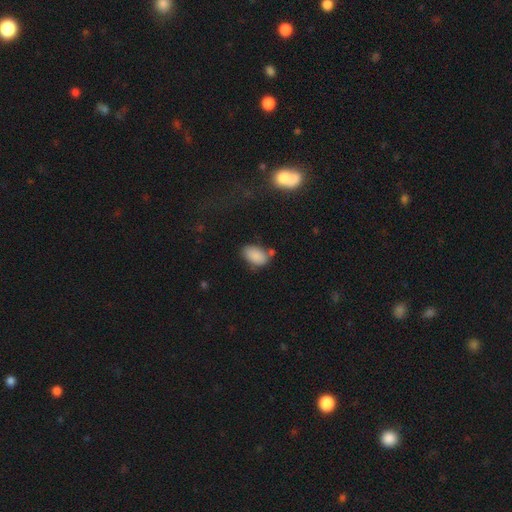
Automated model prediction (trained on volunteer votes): This appears to be a smooth galaxy with no disk features (86%) that is in between round and cigar-shaped (92%). Merging: none (63%).